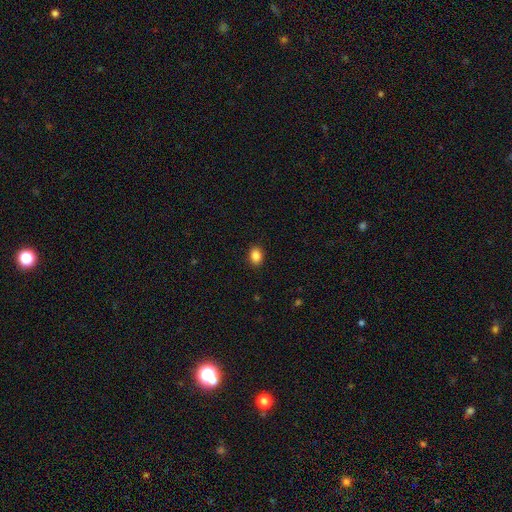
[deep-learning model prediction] Overall: smooth (87%). How rounded: in between (67%; round 32%). Merging: none (90%).